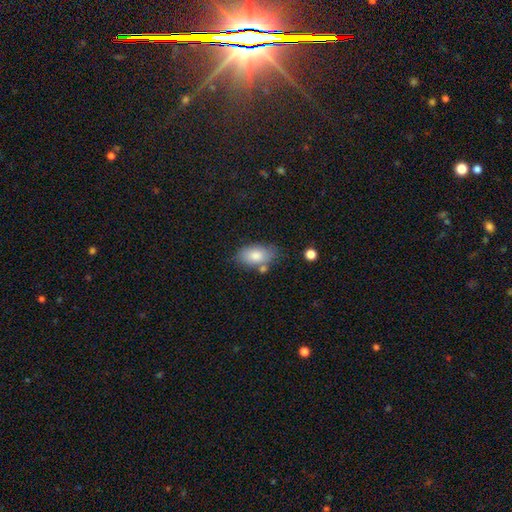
This is clearly a smooth galaxy (87%). How rounded: clearly in between (97%). Merging: likely none (60%).